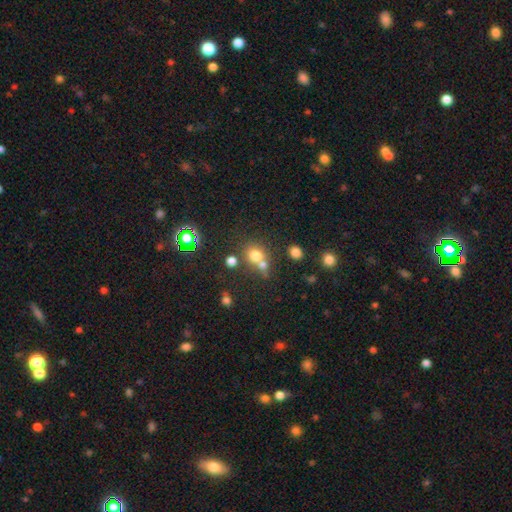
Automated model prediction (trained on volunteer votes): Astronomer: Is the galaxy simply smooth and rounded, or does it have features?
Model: smooth — 70%.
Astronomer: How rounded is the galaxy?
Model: round — 74%.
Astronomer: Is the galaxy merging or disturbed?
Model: none — 45% (runner-up: merger, 42%).